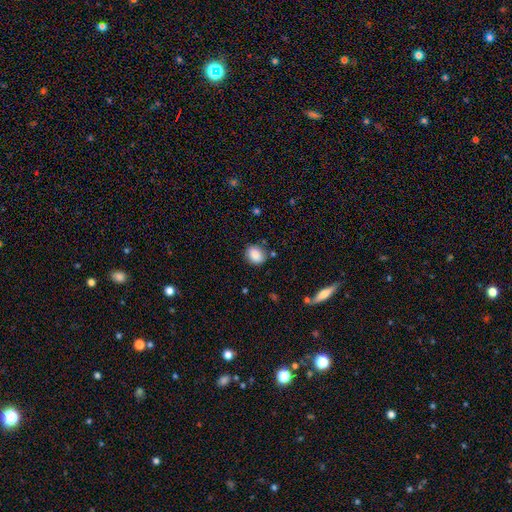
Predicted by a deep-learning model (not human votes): Morphology: type=smooth (86%); roundness=round (59%); merging=none (81%).